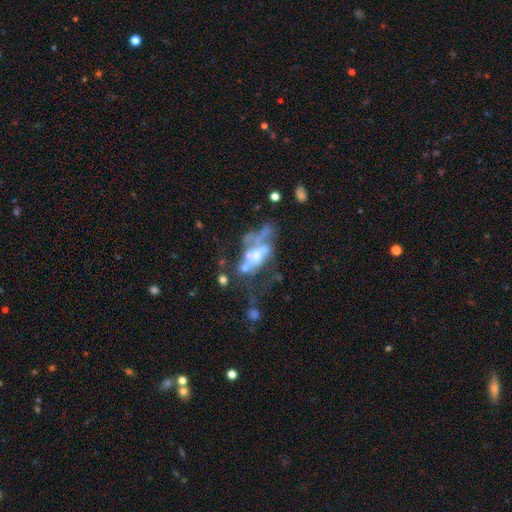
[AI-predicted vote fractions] Q: Smooth or featured?
A: featured or disk (66%); runner-up: smooth (18%)
Q: Edge-on disk?
A: no (92%); runner-up: yes (8%)
Q: Bar?
A: no (81%); runner-up: weak (12%)
Q: Spiral arms?
A: no (87%); runner-up: yes (13%)
Q: Bulge size?
A: moderate (33%); runner-up: none (30%)
Q: Merging?
A: major disturbance (34%); runner-up: merger (33%)